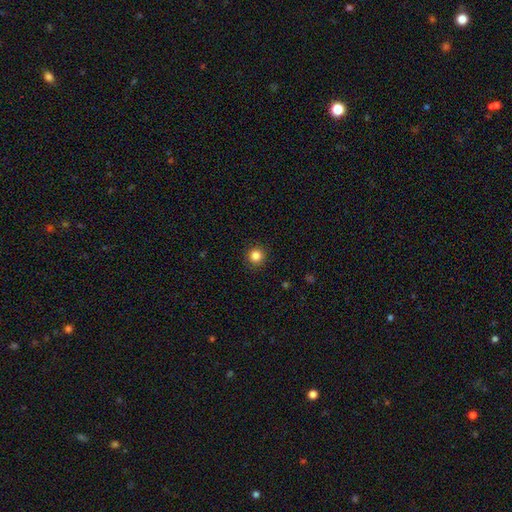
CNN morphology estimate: A smooth galaxy with no disk features (84%) that is round (94%).

Vote fractions:
- Smooth or featured? smooth: 84% / star or artifact: 11% / featured or disk: 4%
- How rounded? round: 94% / in between: 5% / cigar-shaped: 1%
- Merging? none: 91% / minor disturbance: 6% / major disturbance: 2% / merger: 1%